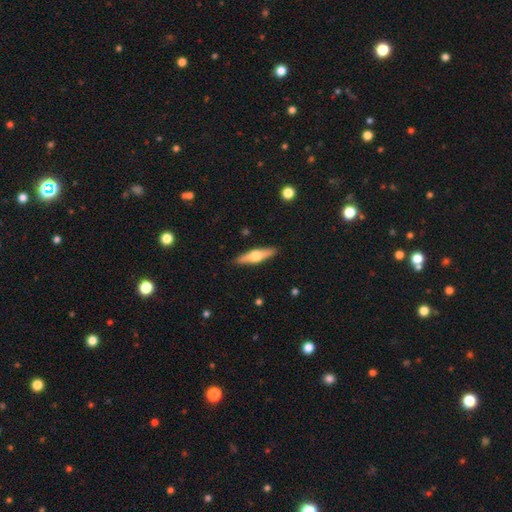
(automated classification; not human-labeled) Morphology: type=featured or disk (58%); edge-on=yes (95%); edge-on bulge=rounded (94%); merging=none (90%).